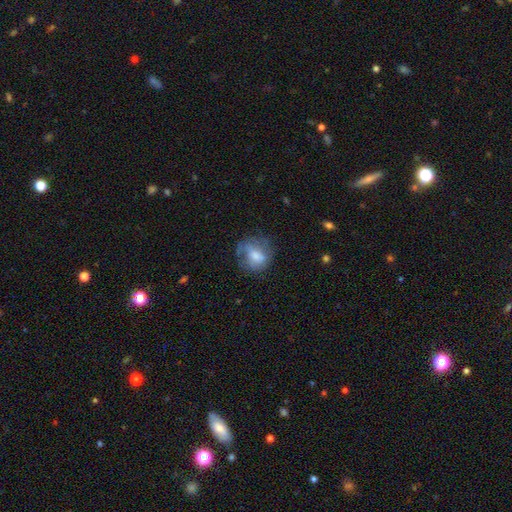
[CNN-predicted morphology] smooth-or-featured: smooth: 62% | featured or disk: 29% | star or artifact: 9%
  how-rounded: round: 59% | in between: 39% | cigar-shaped: 1%
  merging: none: 55% | minor disturbance: 26% | major disturbance: 18% | merger: 2%